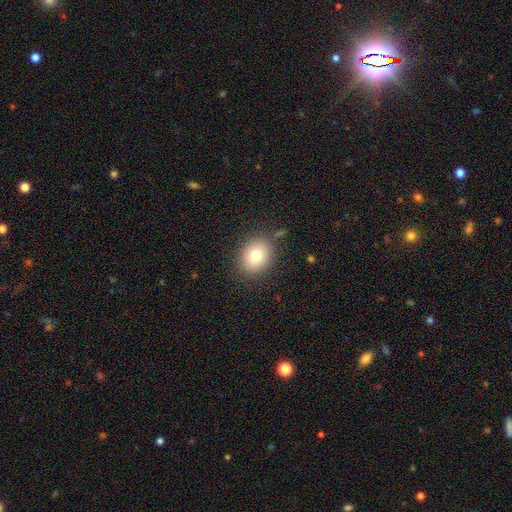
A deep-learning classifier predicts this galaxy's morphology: Smooth or featured? smooth (80%)
How rounded? round (55%)
Merging? none (83%)